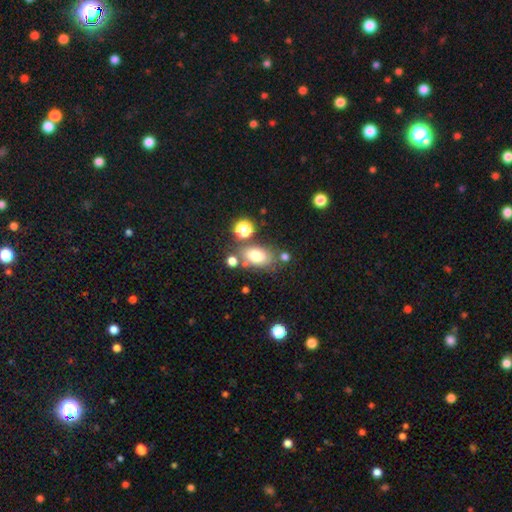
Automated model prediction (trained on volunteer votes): smooth 74%, featured or disk 14%, star or artifact 12%. Down the decision tree: how rounded — in between (83%); merging — none (65%).